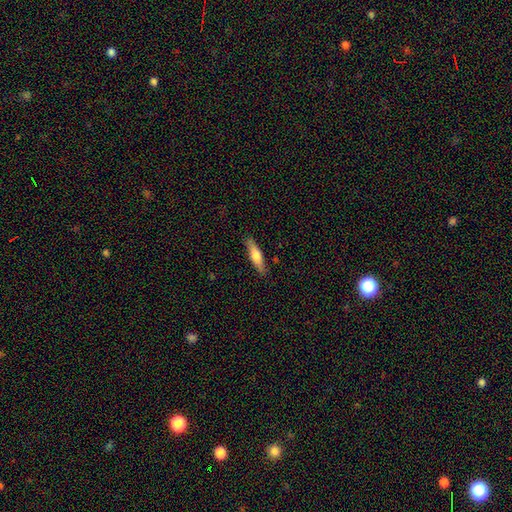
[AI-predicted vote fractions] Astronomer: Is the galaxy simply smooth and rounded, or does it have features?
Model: smooth — 61%.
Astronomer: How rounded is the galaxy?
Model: cigar-shaped — 74%.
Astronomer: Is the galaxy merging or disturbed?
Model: none — 86%.